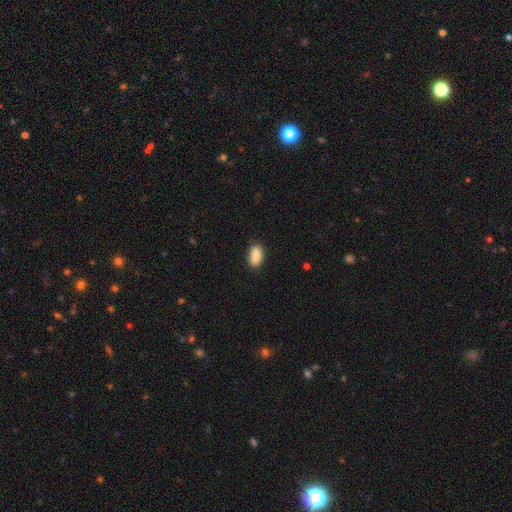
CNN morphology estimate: Overall: smooth (88%). How rounded: in between (91%). Merging: none (84%).